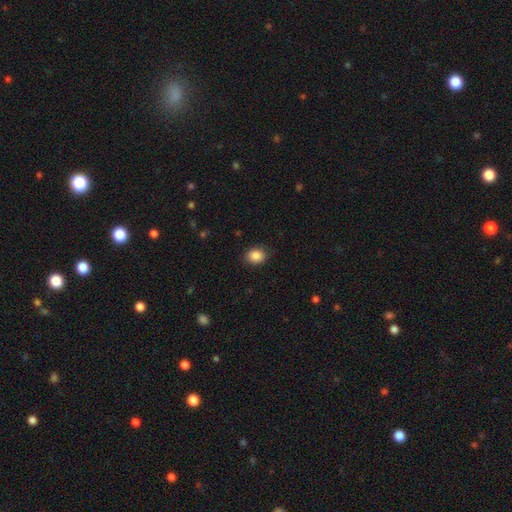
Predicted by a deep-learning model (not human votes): Smooth or featured: smooth — 88% (star or artifact — 9%)
How rounded: round — 55% (in between — 44%)
Merging: none — 86% (minor disturbance — 10%)